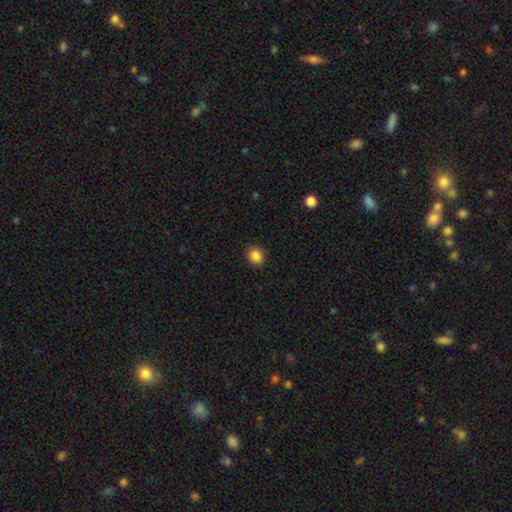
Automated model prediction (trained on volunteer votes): Overall: smooth (86%). How rounded: round (74%). Merging: none (89%).